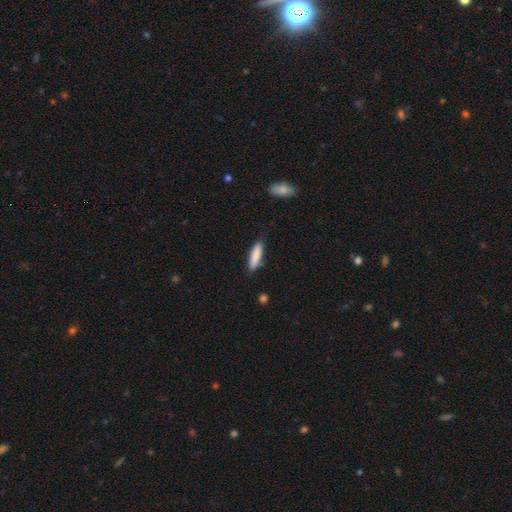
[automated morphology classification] Smooth or featured?
  - smooth: 85% *
  - featured or disk: 9%
  - star or artifact: 6%
How rounded?
  - cigar-shaped: 70% *
  - in between: 28%
  - round: 1%
Merging?
  - none: 83% *
  - minor disturbance: 13%
  - major disturbance: 2%
  - merger: 2%